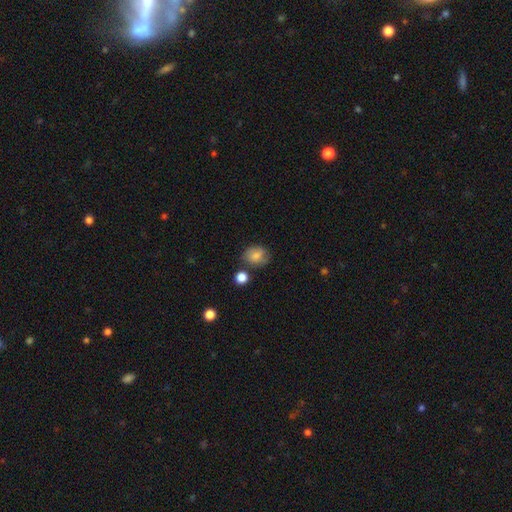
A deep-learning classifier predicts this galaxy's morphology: smooth 79%, featured or disk 11%, star or artifact 10%. Down the decision tree: how rounded — round (56%); merging — none (68%).